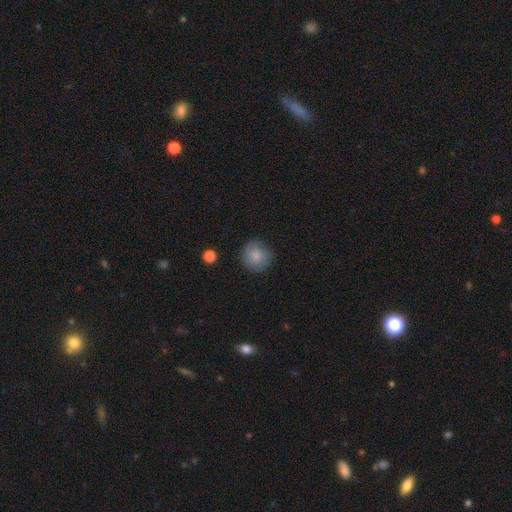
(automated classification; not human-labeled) Morphology: type=smooth (83%); roundness=round (90%); merging=none (80%).